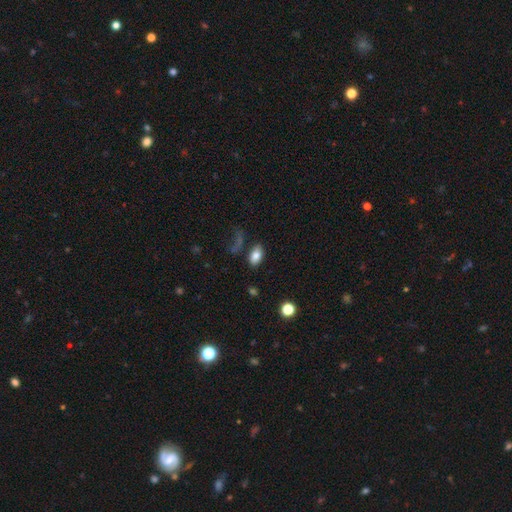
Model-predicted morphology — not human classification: type=smooth (82%); roundness=in between (91%); merging=none (75%).